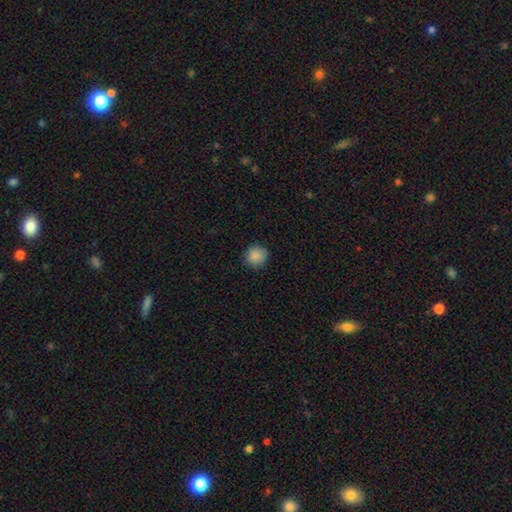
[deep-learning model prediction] smooth 87%, star or artifact 9%, featured or disk 3%. Down the decision tree: how rounded — round (91%); merging — none (87%).